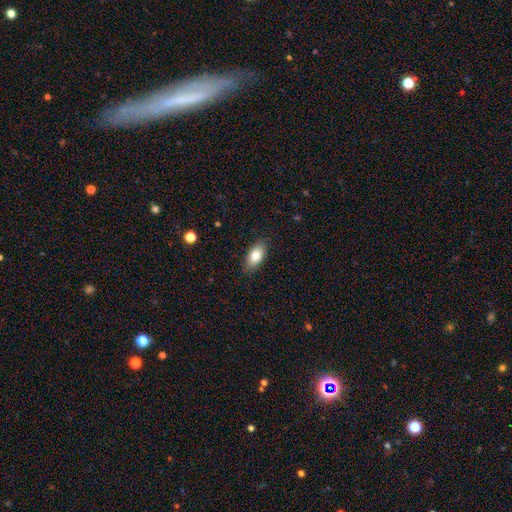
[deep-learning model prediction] Overall: smooth (82%). How rounded: in between (91%). Merging: none (87%).